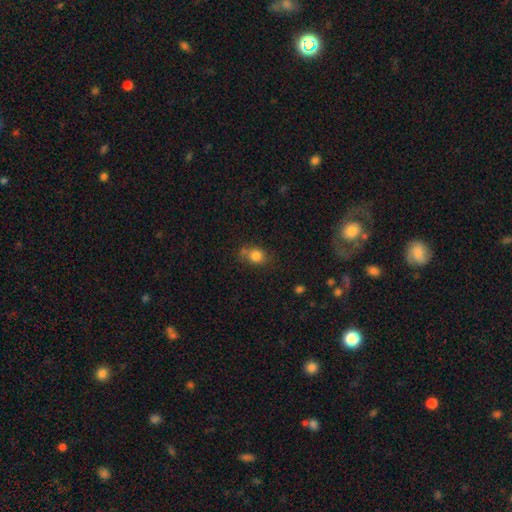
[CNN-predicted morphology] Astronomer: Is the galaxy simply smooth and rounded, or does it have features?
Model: smooth — 81%.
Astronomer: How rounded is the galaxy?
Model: round — 55% (runner-up: in between, 44%).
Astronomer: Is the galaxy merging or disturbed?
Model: none — 62%.